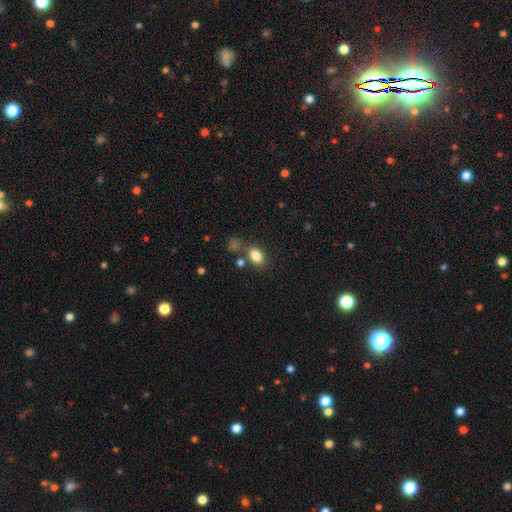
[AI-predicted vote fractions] smooth_or_featured: smooth (p=0.84) [alt: star or artifact p=0.10]
how_rounded: in between (p=0.83) [alt: round p=0.15]
merging: none (p=0.69) [alt: minor disturbance p=0.14]